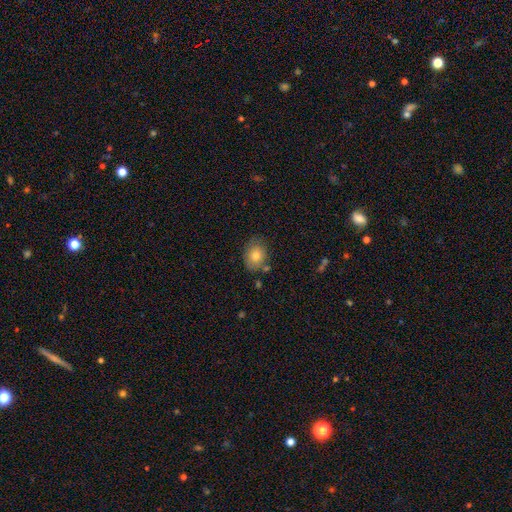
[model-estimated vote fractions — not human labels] Smooth or featured? Predicted: smooth (p=0.78). How rounded? Predicted: in between (p=0.54). Merging? Predicted: none (p=0.72).